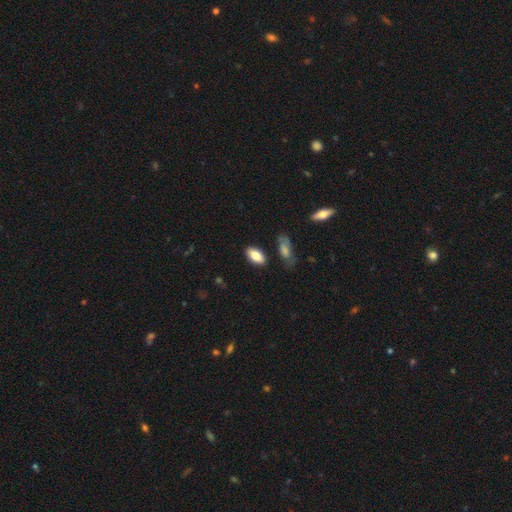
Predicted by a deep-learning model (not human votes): smooth 82%, featured or disk 11%, star or artifact 7%. Down the decision tree: how rounded — in between (92%); merging — none (83%).